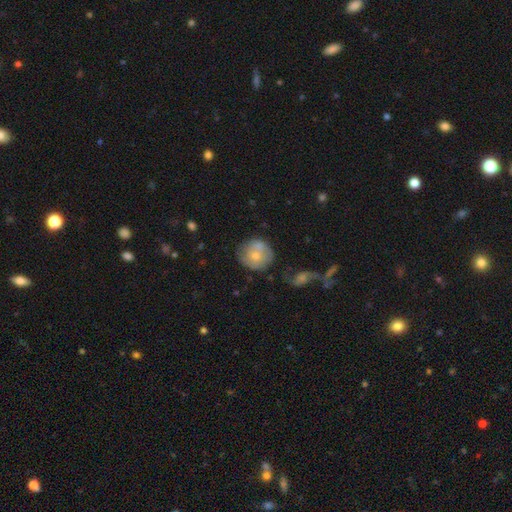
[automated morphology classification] Q: Smooth or featured?
A: smooth (59%); runner-up: featured or disk (34%)
Q: How rounded?
A: round (87%); runner-up: in between (12%)
Q: Merging?
A: none (56%); runner-up: minor disturbance (24%)